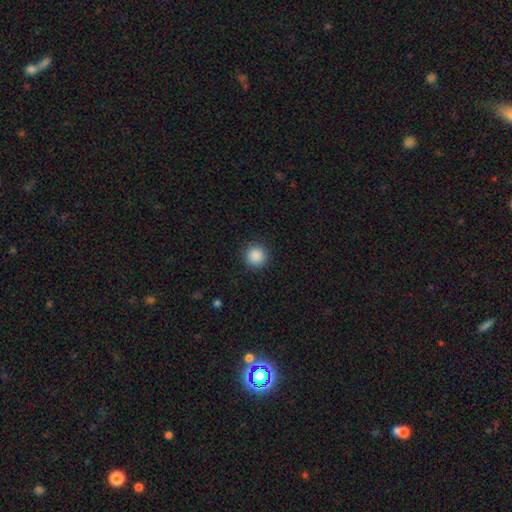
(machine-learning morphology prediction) Overall: smooth (88%). How rounded: round (95%). Merging: none (92%).